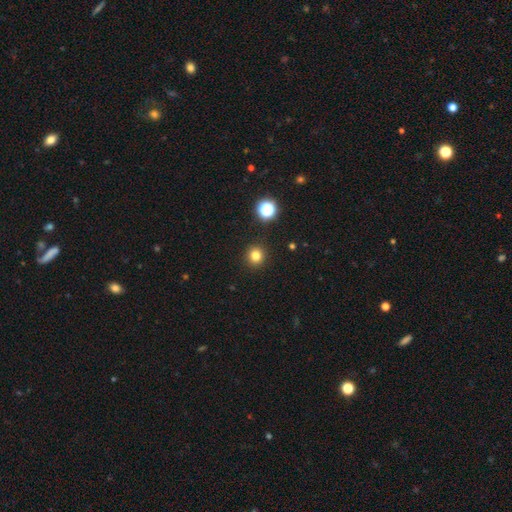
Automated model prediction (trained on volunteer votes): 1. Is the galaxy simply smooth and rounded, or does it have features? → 80% smooth, 15% star or artifact, 5% featured or disk.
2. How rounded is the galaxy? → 93% round, 6% in between, 1% cigar-shaped.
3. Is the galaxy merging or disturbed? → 92% none, 5% minor disturbance, 2% major disturbance, 1% merger.